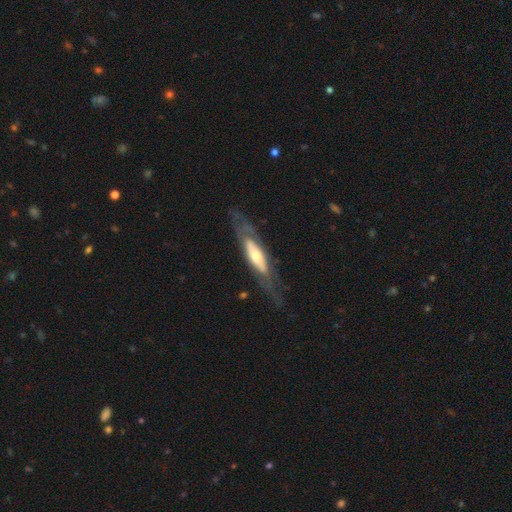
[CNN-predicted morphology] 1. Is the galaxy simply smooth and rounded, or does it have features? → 69% featured or disk, 26% smooth, 5% star or artifact.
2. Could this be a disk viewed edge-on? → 62% no, 38% yes.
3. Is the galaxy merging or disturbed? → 63% none, 19% minor disturbance, 16% major disturbance, 2% merger.